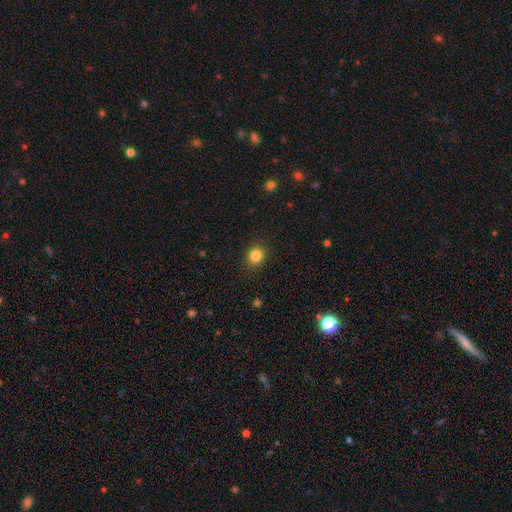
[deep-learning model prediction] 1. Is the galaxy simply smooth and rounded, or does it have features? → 85% smooth, 11% star or artifact, 4% featured or disk.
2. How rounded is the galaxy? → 76% round, 23% in between, 1% cigar-shaped.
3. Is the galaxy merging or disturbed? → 88% none, 8% minor disturbance, 3% major disturbance, 1% merger.